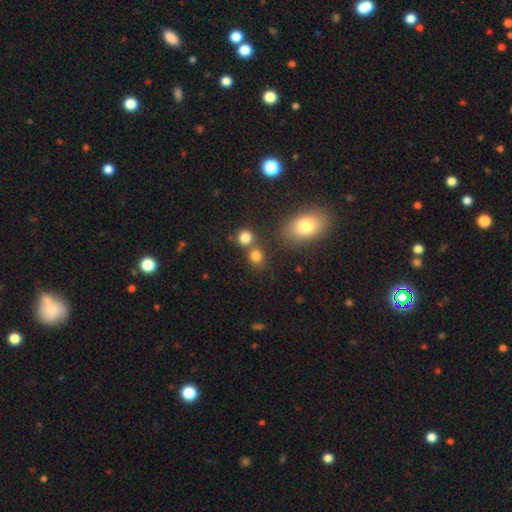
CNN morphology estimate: The model was most divided on "how rounded": round: 65%, in between: 34%, cigar-shaped: 2%. More confident: smooth or featured — smooth (80%); merging — none (62%).